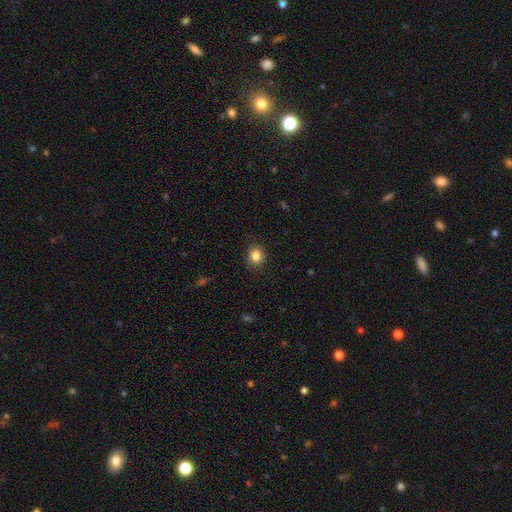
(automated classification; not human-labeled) Smooth or featured? smooth (85%)
How rounded? round (68%)
Merging? none (90%)